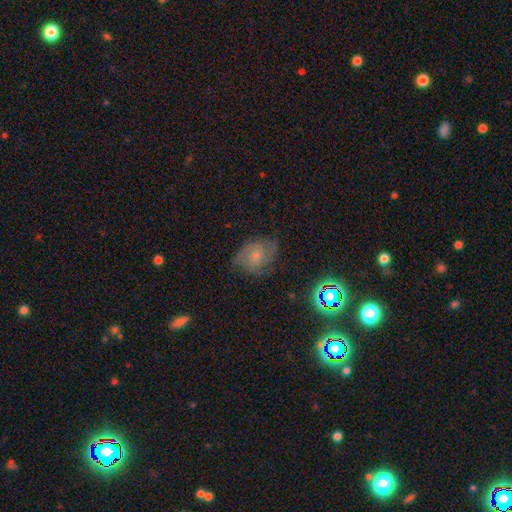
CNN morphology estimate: A featured or disk galaxy (61%) with no bar (60%), 2 (46%) medium (46%) spiral arms (89%) and a small central bulge (49%).

Vote fractions:
- Smooth or featured? featured or disk: 61% / smooth: 27% / star or artifact: 12%
- Edge-on disk? no: 97% / yes: 3%
- Bar? no: 60% / weak: 34% / strong: 6%
- Spiral arms? yes: 89% / no: 11%
- Spiral winding? medium: 46% / tight: 38% / loose: 16%
- Spiral arm count? 2: 46% / can't tell: 26% / 3: 16% / 4: 4% / 1: 4% / more than 4: 3%
- Bulge size? small: 49% / moderate: 37% / none: 10% / large: 3% / dominant: 1%
- Merging? none: 67% / minor disturbance: 22% / major disturbance: 10% / merger: 1%